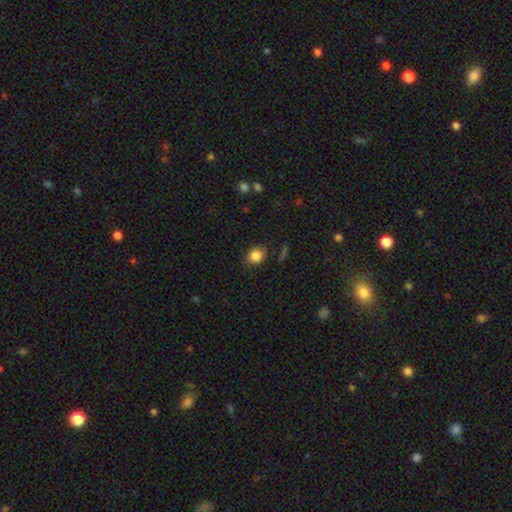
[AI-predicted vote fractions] A smooth galaxy with no disk features (83%) that is round (61%). Merging: none (79%).